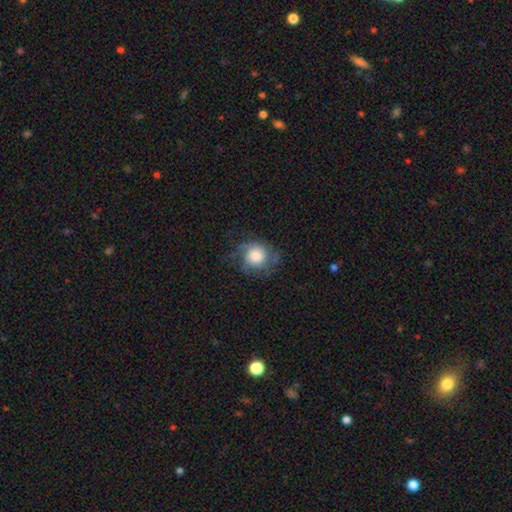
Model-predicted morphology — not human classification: A featured or disk galaxy (55%) with no bar (81%), spiral arms (88%) and a large central bulge (49%).

Vote fractions:
- Smooth or featured? featured or disk: 55% / smooth: 36% / star or artifact: 9%
- Edge-on disk? no: 97% / yes: 3%
- Bar? no: 81% / weak: 16% / strong: 2%
- Spiral arms? yes: 88% / no: 12%
- Bulge size? large: 49% / moderate: 31% / dominant: 10% / small: 8% / none: 3%
- Merging? none: 62% / minor disturbance: 21% / major disturbance: 16% / merger: 1%